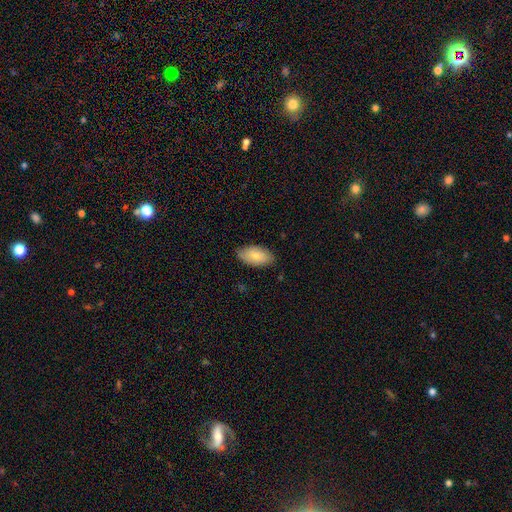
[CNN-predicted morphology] smooth 78%, featured or disk 16%, star or artifact 6%. Down the decision tree: how rounded — in between (94%); merging — none (80%).